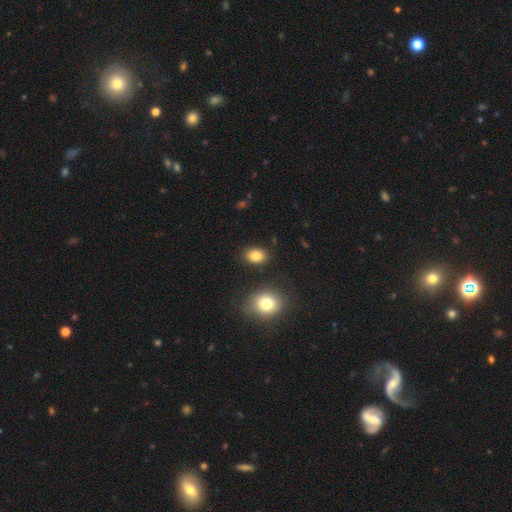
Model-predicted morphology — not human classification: Smooth or featured: smooth — 83% (star or artifact — 10%)
How rounded: in between — 72% (round — 26%)
Merging: none — 85% (minor disturbance — 9%)